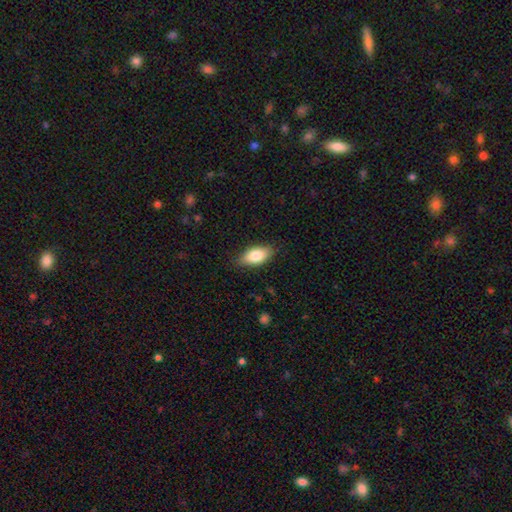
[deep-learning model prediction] smooth_or_featured: smooth (p=0.81) [alt: featured or disk p=0.12]
how_rounded: in between (p=0.89) [alt: cigar-shaped p=0.08]
merging: none (p=0.83) [alt: minor disturbance p=0.14]